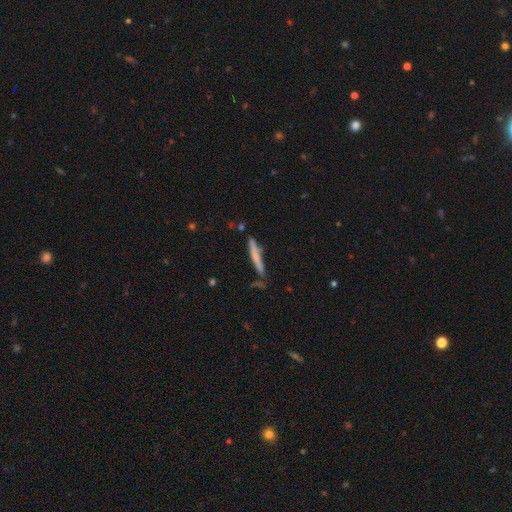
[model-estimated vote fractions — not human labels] This is possibly a smooth galaxy (58%). How rounded: clearly cigar-shaped (95%). Merging: likely none (75%).